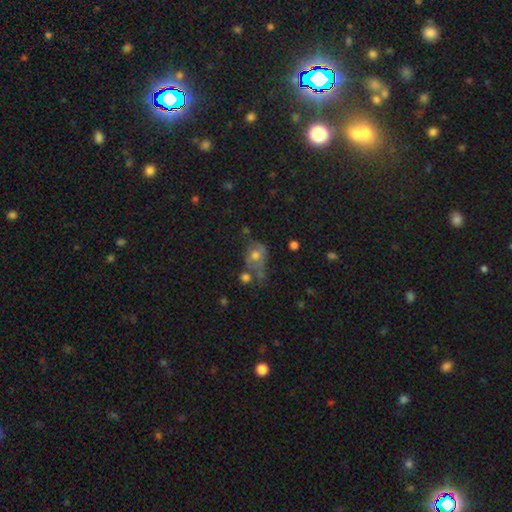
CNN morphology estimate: Q: Smooth or featured?
A: smooth (53%); runner-up: featured or disk (30%)
Q: How rounded?
A: in between (56%); runner-up: round (42%)
Q: Merging?
A: none (31%); runner-up: major disturbance (24%)